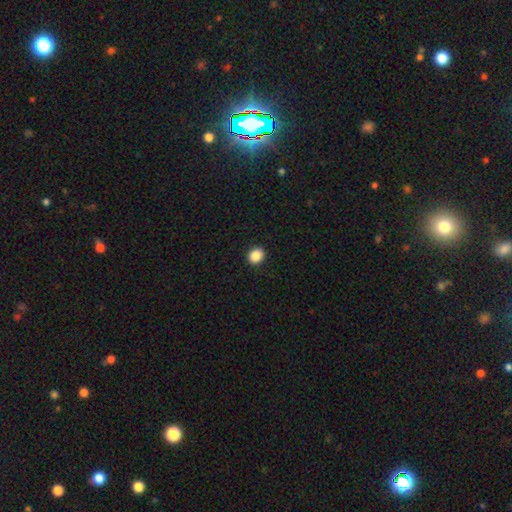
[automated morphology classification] Smooth or featured?
  - smooth: 88% *
  - star or artifact: 9%
  - featured or disk: 3%
How rounded?
  - round: 76% *
  - in between: 23%
  - cigar-shaped: 1%
Merging?
  - none: 92% *
  - minor disturbance: 5%
  - major disturbance: 2%
  - merger: 1%